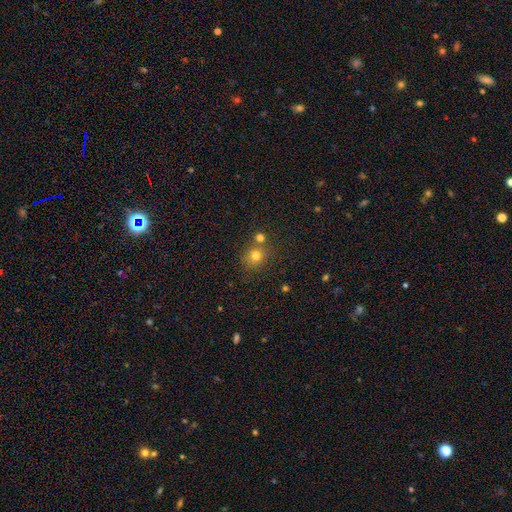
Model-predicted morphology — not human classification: type=smooth (76%); roundness=round (83%); merging=none (63%).